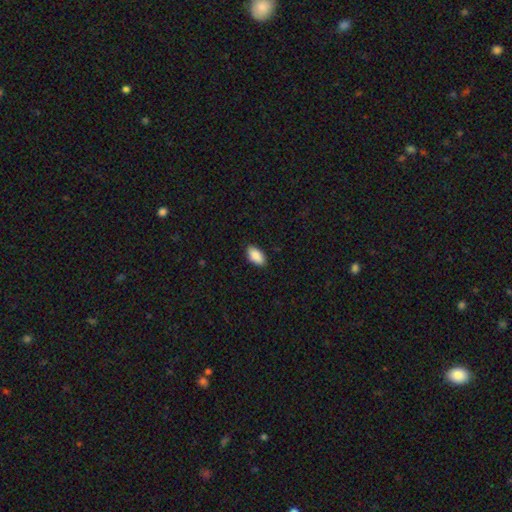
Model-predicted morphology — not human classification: The model was most divided on "merging": none: 88%, minor disturbance: 9%, major disturbance: 2%, merger: 1%. More confident: how rounded — in between (95%); smooth or featured — smooth (90%).